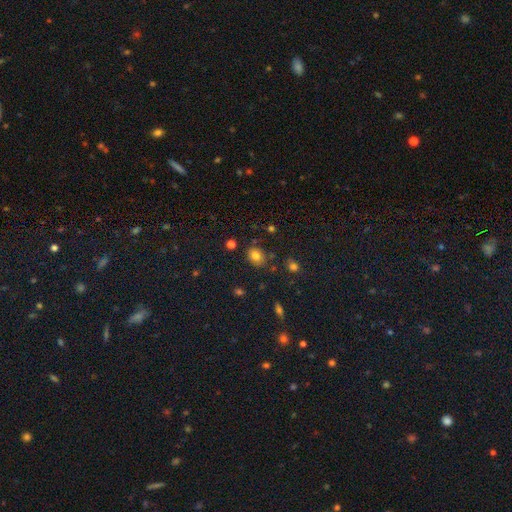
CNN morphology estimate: This is likely a smooth galaxy (79%). How rounded: possibly in between (58%). Merging: likely none (76%).